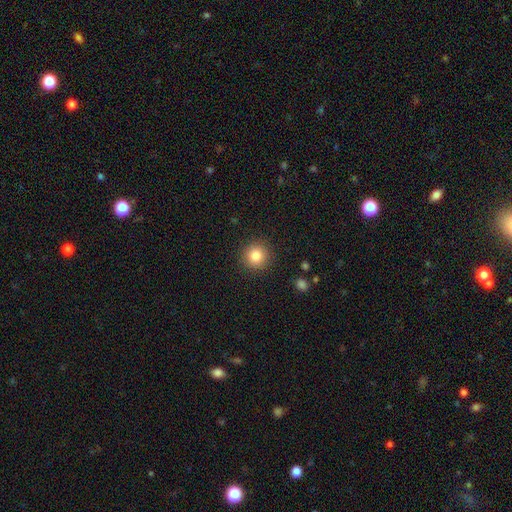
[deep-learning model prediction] Smooth or featured? smooth (85%)
How rounded? round (93%)
Merging? none (90%)